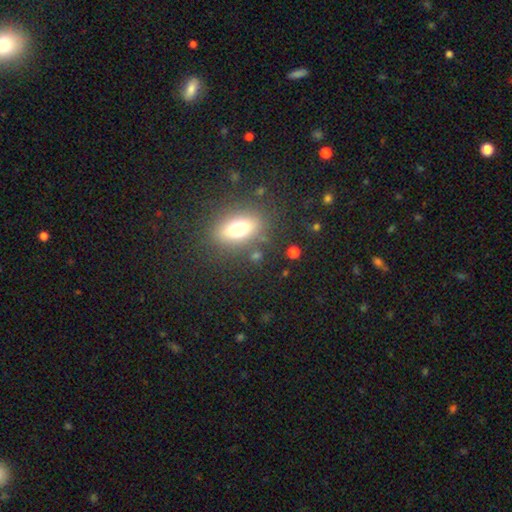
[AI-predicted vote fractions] smooth-or-featured: smooth: 70% | featured or disk: 19% | star or artifact: 12%
  how-rounded: in between: 74% | cigar-shaped: 14% | round: 11%
  merging: none: 83% | minor disturbance: 10% | major disturbance: 4% | merger: 3%